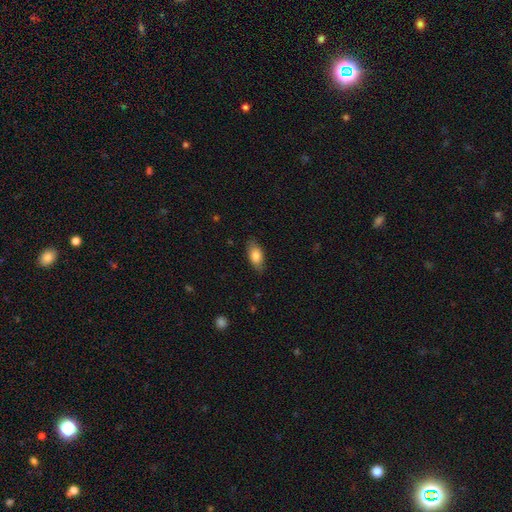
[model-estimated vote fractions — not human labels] Overall: smooth (80%). How rounded: in between (86%). Merging: none (81%).